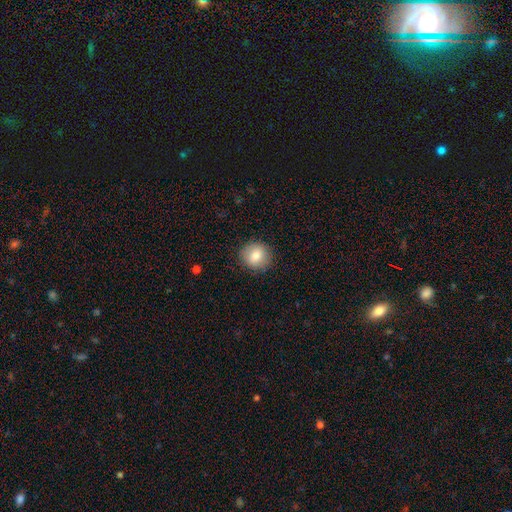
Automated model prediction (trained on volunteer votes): This is clearly a smooth galaxy (80%). How rounded: clearly round (88%). Merging: clearly none (88%).